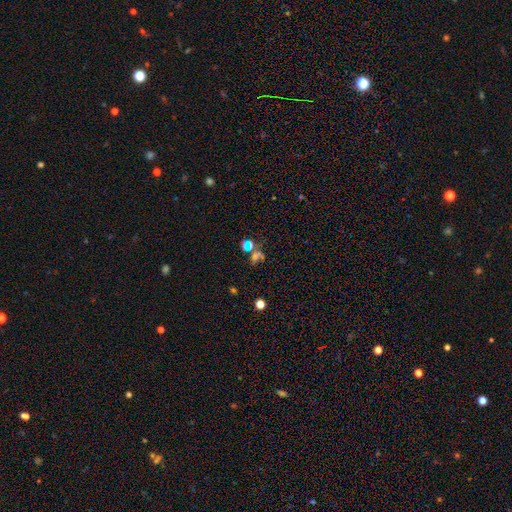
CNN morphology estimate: This is marginally a smooth galaxy (39%). Merging: marginally merger (41%).